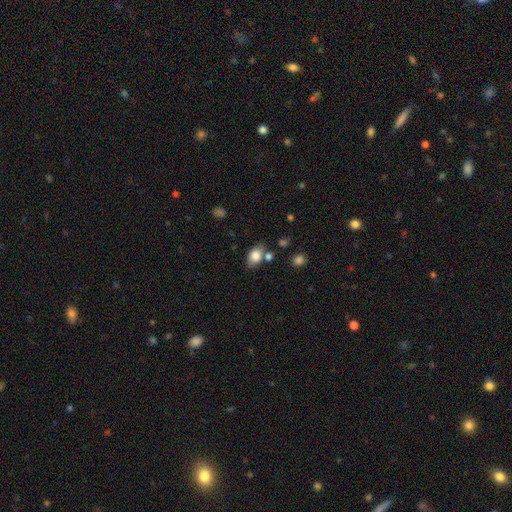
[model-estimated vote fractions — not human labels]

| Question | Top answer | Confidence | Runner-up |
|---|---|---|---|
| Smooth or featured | smooth | 82% | featured or disk (10%) |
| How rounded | in between | 81% | round (17%) |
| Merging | none | 67% | minor disturbance (16%) |